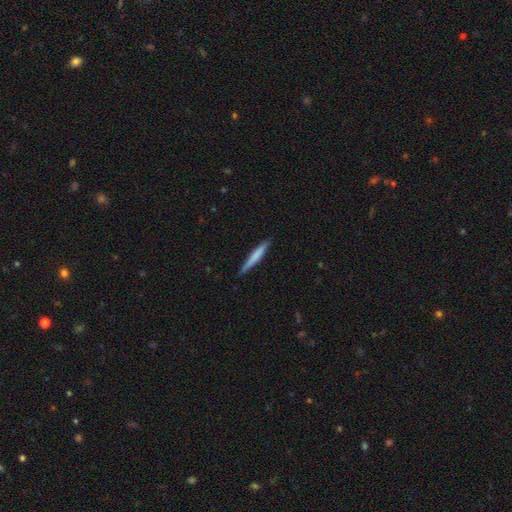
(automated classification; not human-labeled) Morphology: type=smooth (67%); roundness=cigar-shaped (95%); merging=none (88%).